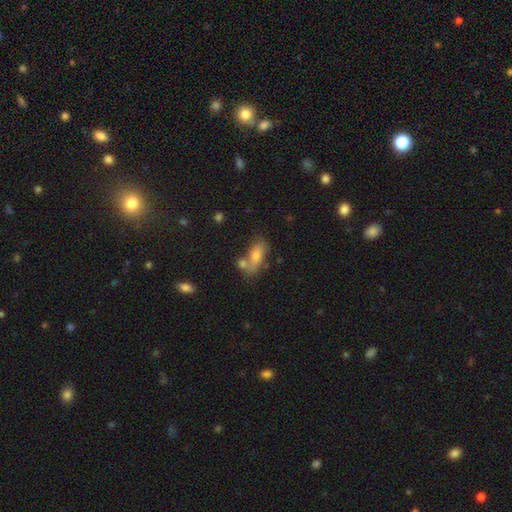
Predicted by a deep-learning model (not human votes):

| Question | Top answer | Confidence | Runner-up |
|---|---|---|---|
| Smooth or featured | smooth | 69% | featured or disk (20%) |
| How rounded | in between | 78% | cigar-shaped (17%) |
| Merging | none | 46% | merger (30%) |